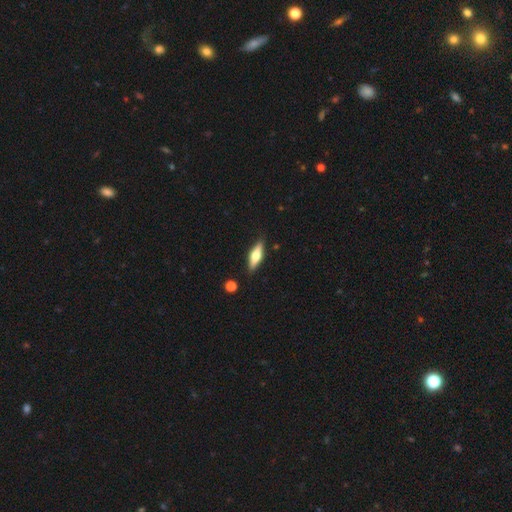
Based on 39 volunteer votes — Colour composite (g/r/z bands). It shows a featured or disk galaxy (54%) viewed edge-on (86%) with a rounded central bulge (89%). Merging: none (92%).